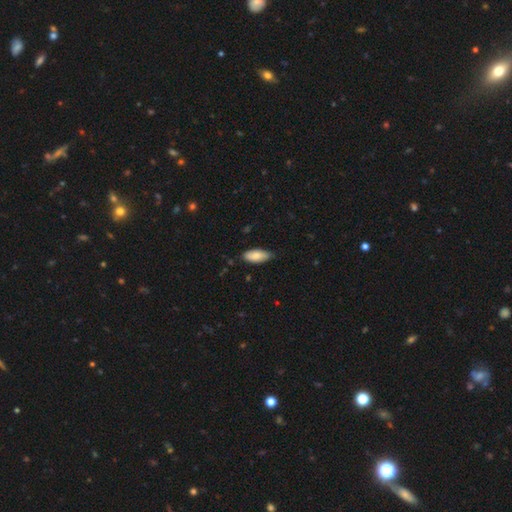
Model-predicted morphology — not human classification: Overall: smooth (81%). How rounded: in between (87%). Merging: none (72%).